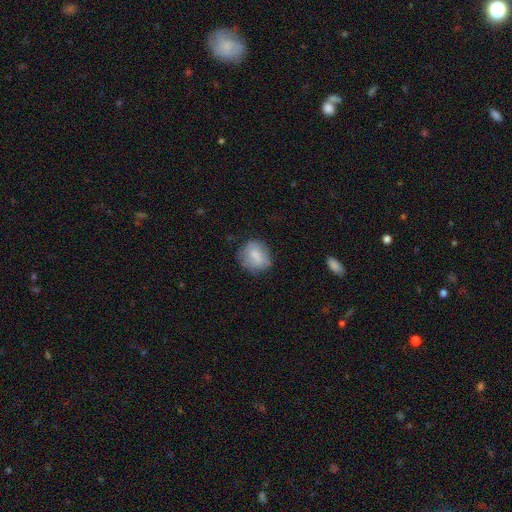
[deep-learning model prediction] A smooth galaxy with no disk features (76%) that is round (68%).

Vote fractions:
- Smooth or featured? smooth: 76% / featured or disk: 16% / star or artifact: 8%
- How rounded? round: 68% / in between: 30% / cigar-shaped: 1%
- Merging? none: 64% / minor disturbance: 25% / major disturbance: 9% / merger: 2%